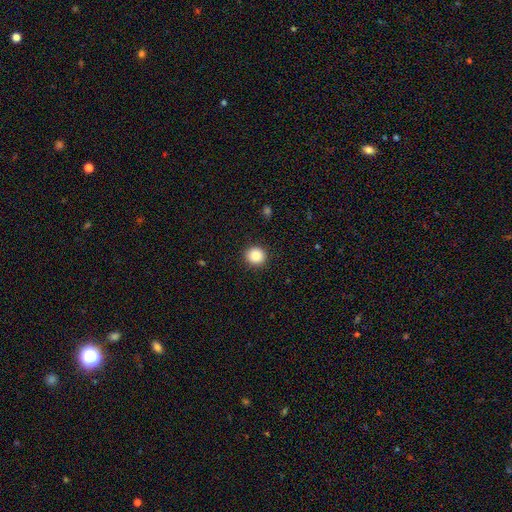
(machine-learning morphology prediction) smooth_or_featured: smooth (p=0.86) [alt: star or artifact p=0.09]
how_rounded: round (p=0.91) [alt: in between p=0.08]
merging: none (p=0.92) [alt: minor disturbance p=0.05]